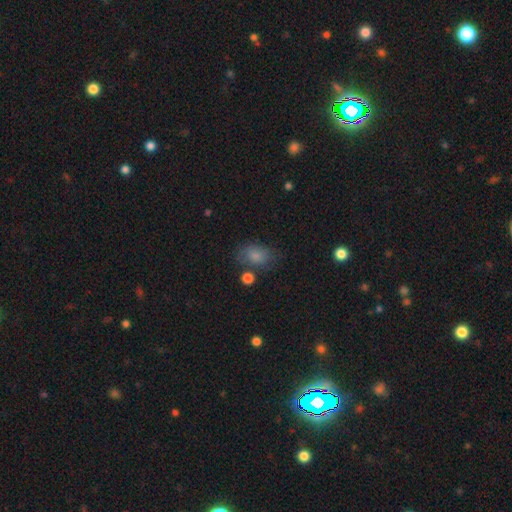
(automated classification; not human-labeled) smooth_or_featured: smooth (p=0.80) [alt: star or artifact p=0.10]
how_rounded: in between (p=0.82) [alt: round p=0.17]
merging: none (p=0.64) [alt: minor disturbance p=0.21]